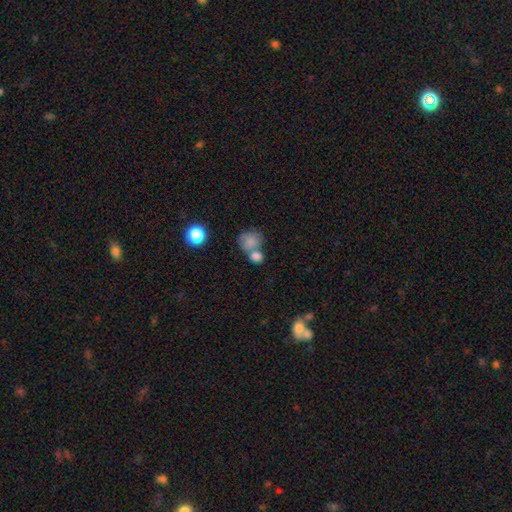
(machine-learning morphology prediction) Smooth or featured? Predicted: smooth (p=0.79). How rounded? Predicted: round (p=0.63). Merging? Predicted: merger (p=0.51).